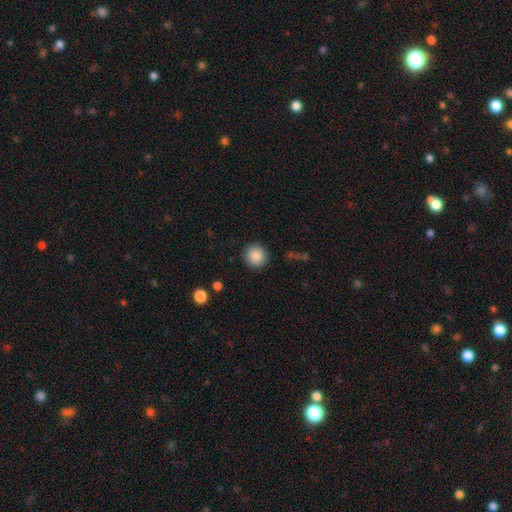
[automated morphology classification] Smooth or featured: smooth — 88% (star or artifact — 9%)
How rounded: round — 93% (in between — 6%)
Merging: none — 90% (minor disturbance — 6%)